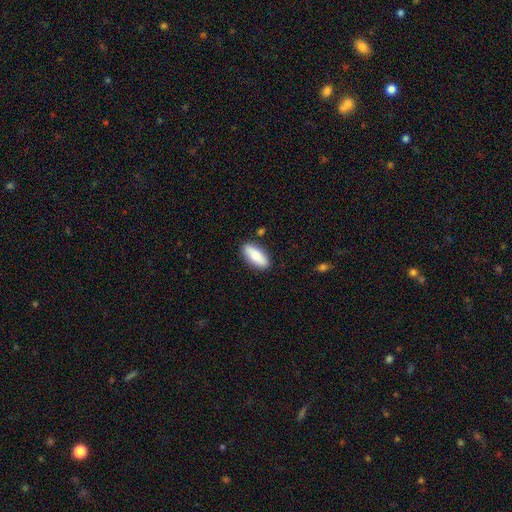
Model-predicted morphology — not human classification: smooth_or_featured: smooth (p=0.80) [alt: featured or disk p=0.14]
how_rounded: in between (p=0.79) [alt: cigar-shaped p=0.19]
merging: none (p=0.87) [alt: minor disturbance p=0.09]